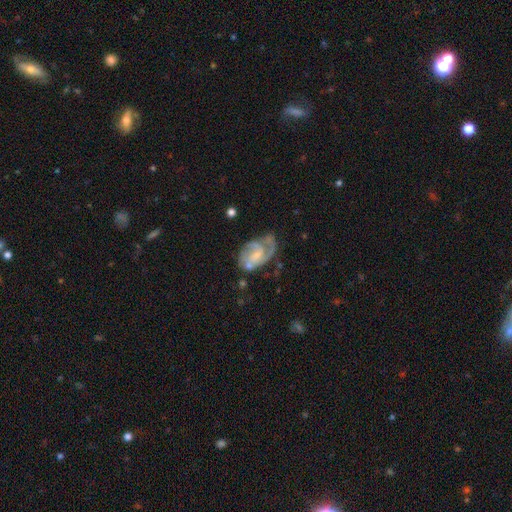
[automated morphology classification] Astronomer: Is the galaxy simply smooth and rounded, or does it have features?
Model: featured or disk — 76%.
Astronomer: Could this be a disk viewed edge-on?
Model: no — 97%.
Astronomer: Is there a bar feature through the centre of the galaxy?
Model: no — 48% (runner-up: weak, 42%).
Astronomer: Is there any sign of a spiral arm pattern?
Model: yes — 88%.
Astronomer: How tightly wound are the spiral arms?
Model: medium — 43% (runner-up: tight, 39%).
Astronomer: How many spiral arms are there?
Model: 2 — 47%.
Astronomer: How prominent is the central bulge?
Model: small — 47% (runner-up: none, 25%).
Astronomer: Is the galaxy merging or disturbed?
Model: none — 45% (runner-up: minor disturbance, 25%).